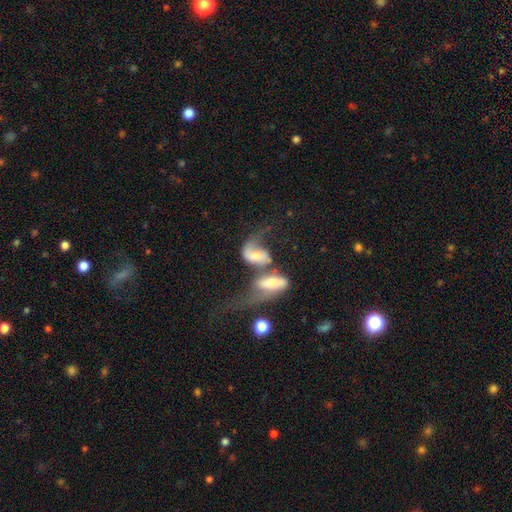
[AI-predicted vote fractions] Smooth or featured? Predicted: featured or disk (p=0.56). Edge-on disk? Predicted: no (p=0.93). Bar? Predicted: no (p=0.50). Spiral arms? Predicted: yes (p=0.75). Bulge size? Predicted: moderate (p=0.42). Merging? Predicted: merger (p=0.67).